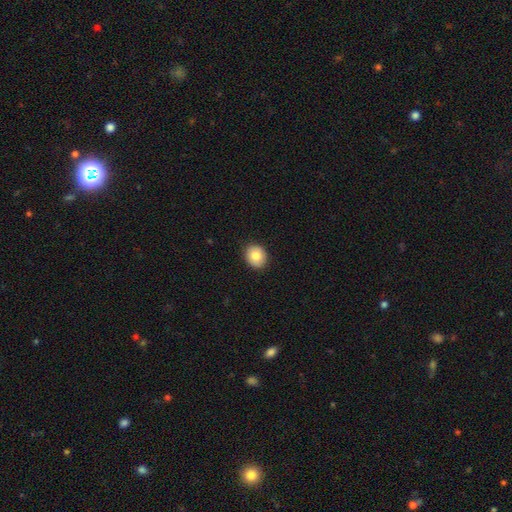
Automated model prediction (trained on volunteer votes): Smooth or featured: smooth — 82% (featured or disk — 10%)
How rounded: round — 66% (in between — 33%)
Merging: none — 90% (minor disturbance — 7%)